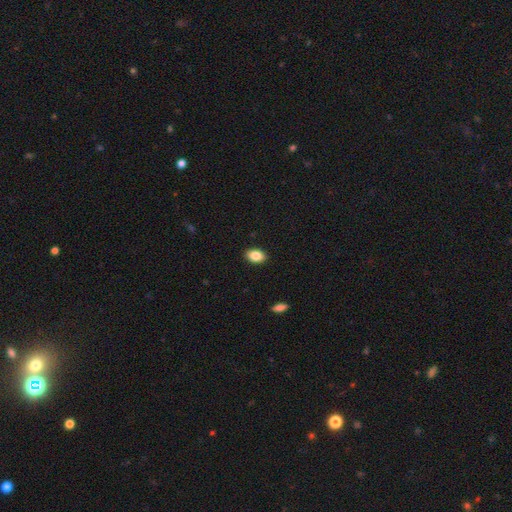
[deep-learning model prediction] smooth-or-featured: smooth: 86% | star or artifact: 8% | featured or disk: 7%
  how-rounded: in between: 88% | round: 11% | cigar-shaped: 1%
  merging: none: 90% | minor disturbance: 7% | major disturbance: 2% | merger: 1%